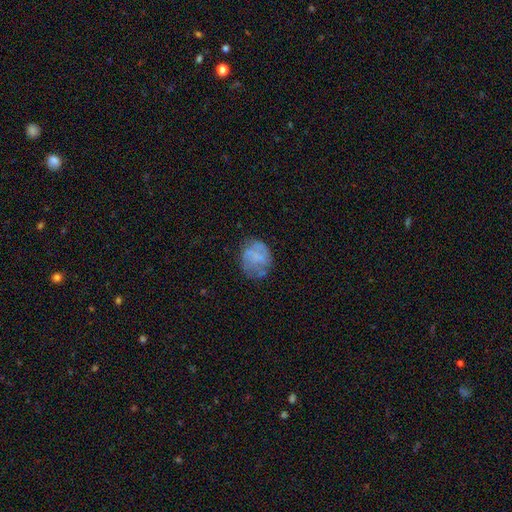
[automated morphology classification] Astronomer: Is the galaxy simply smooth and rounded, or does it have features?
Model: smooth — 48% (runner-up: featured or disk, 42%).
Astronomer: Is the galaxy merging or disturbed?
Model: none — 59%.